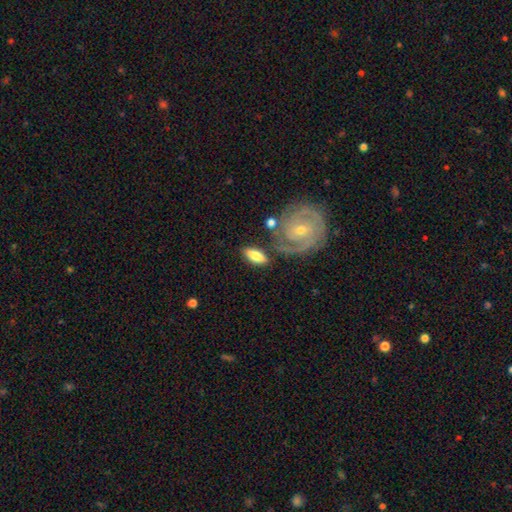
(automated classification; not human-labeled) Smooth or featured? smooth (66%)
How rounded? in between (76%)
Merging? none (68%)